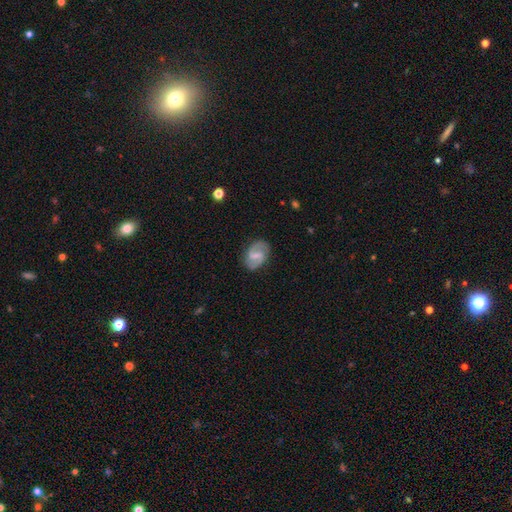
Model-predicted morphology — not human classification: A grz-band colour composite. It shows a featured or disk galaxy (79%) with a weak bar (57%), 2 (90%) medium (52%) spiral arms (94%) and a small central bulge (43%). Merging: none (82%).